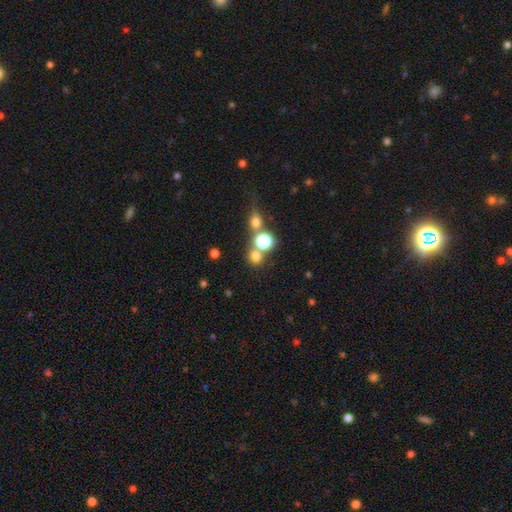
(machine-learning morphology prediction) A smooth galaxy with no disk features (69%) that is round (87%). Merging: none (62%).